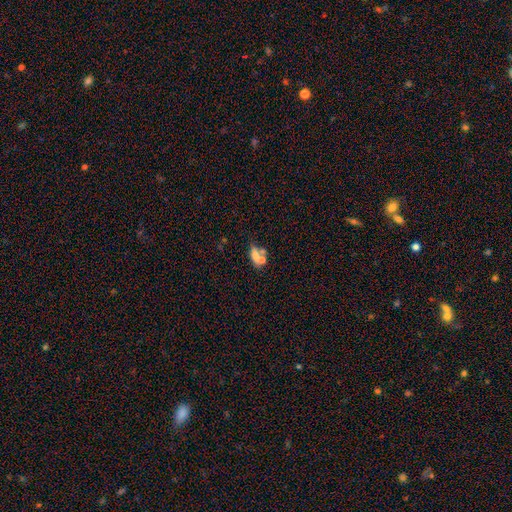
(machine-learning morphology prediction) smooth_or_featured: smooth (p=0.61) [alt: featured or disk p=0.24]
how_rounded: in between (p=0.69) [alt: cigar-shaped p=0.16]
merging: merger (p=0.43) [alt: none p=0.36]